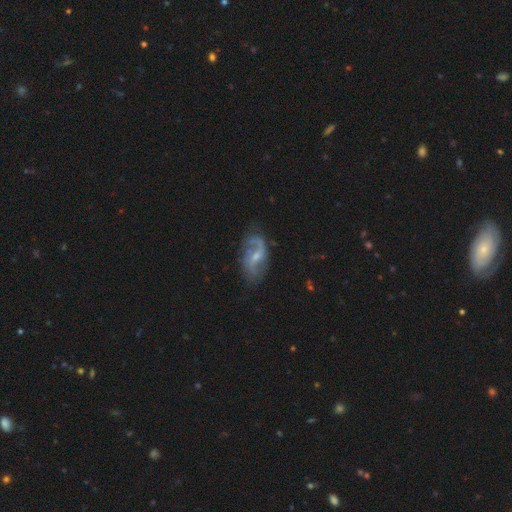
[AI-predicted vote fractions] A featured or disk galaxy (79%) with a weak bar (55%), 2 (79%) loose (58%) spiral arms (90%) and a small central bulge (53%).

Vote fractions:
- Smooth or featured? featured or disk: 79% / smooth: 14% / star or artifact: 7%
- Edge-on disk? no: 96% / yes: 4%
- Bar? weak: 55% / no: 30% / strong: 15%
- Spiral arms? yes: 90% / no: 10%
- Spiral winding? loose: 58% / medium: 32% / tight: 9%
- Spiral arm count? 2: 79% / 1: 9% / can't tell: 8% / 3: 2% / 4: 1% / more than 4: 1%
- Bulge size? small: 53% / moderate: 38% / none: 7% / large: 2% / dominant: 1%
- Merging? none: 64% / minor disturbance: 22% / major disturbance: 12% / merger: 2%